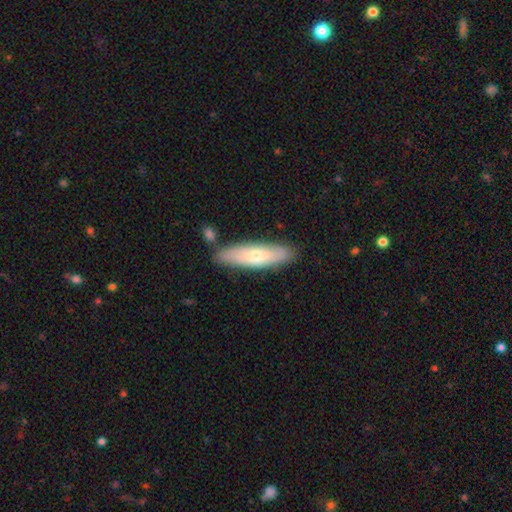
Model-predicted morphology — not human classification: A smooth galaxy with no disk features (59%) that is cigar-shaped (62%).

Vote fractions:
- Smooth or featured? smooth: 59% / featured or disk: 36% / star or artifact: 6%
- How rounded? cigar-shaped: 62% / in between: 36% / round: 2%
- Merging? none: 81% / minor disturbance: 12% / merger: 5% / major disturbance: 2%